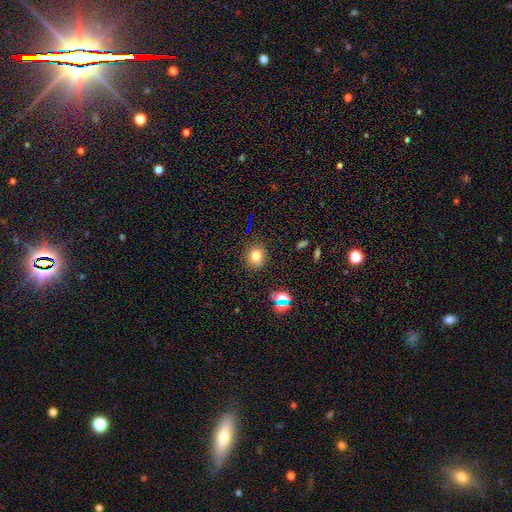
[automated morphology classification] A smooth galaxy with no disk features (74%) that is round (78%).

Vote fractions:
- Smooth or featured? smooth: 74% / star or artifact: 17% / featured or disk: 8%
- How rounded? round: 78% / in between: 21% / cigar-shaped: 1%
- Merging? none: 87% / minor disturbance: 9% / major disturbance: 3% / merger: 2%